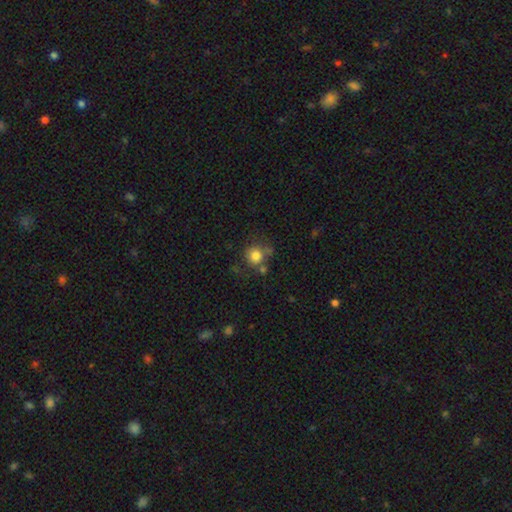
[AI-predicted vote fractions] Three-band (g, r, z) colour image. It shows a smooth galaxy with no disk features (80%) that is round (88%). Merging: none (64%).